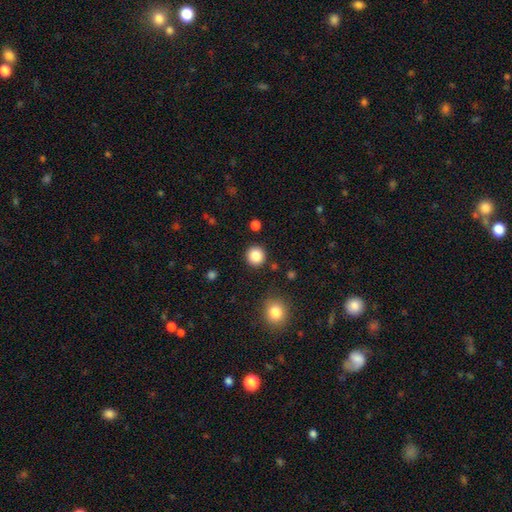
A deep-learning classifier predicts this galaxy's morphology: Q: Smooth or featured?
A: smooth (86%); runner-up: star or artifact (10%)
Q: How rounded?
A: round (93%); runner-up: in between (6%)
Q: Merging?
A: none (90%); runner-up: minor disturbance (6%)